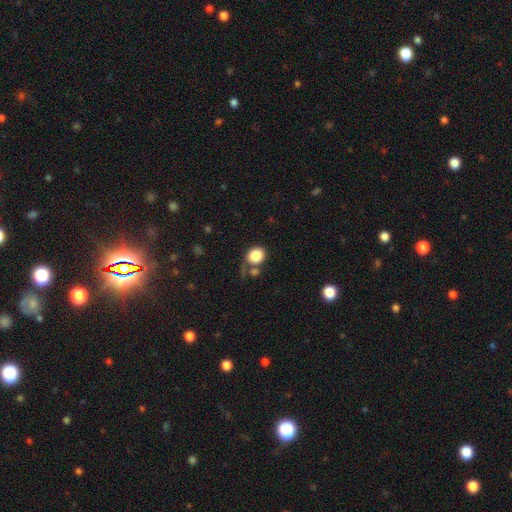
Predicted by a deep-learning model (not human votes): This appears to be a smooth galaxy with no disk features (85%) that is round (67%). Merging: none (52%).